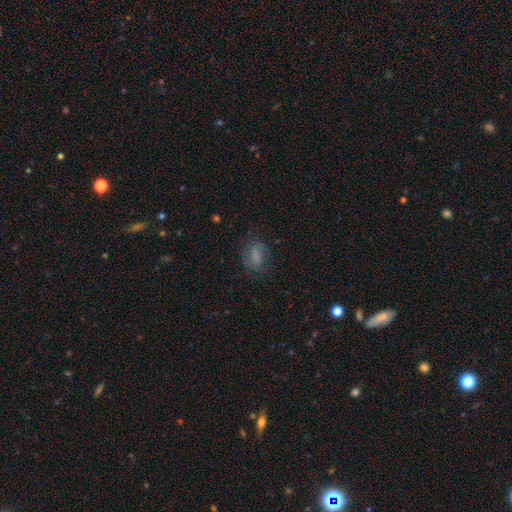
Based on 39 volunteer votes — Q: Smooth or featured?
A: smooth (82%); runner-up: star or artifact (10%)
Q: How rounded?
A: in between (66%); runner-up: round (25%)
Q: Merging?
A: none (74%); runner-up: minor disturbance (17%)